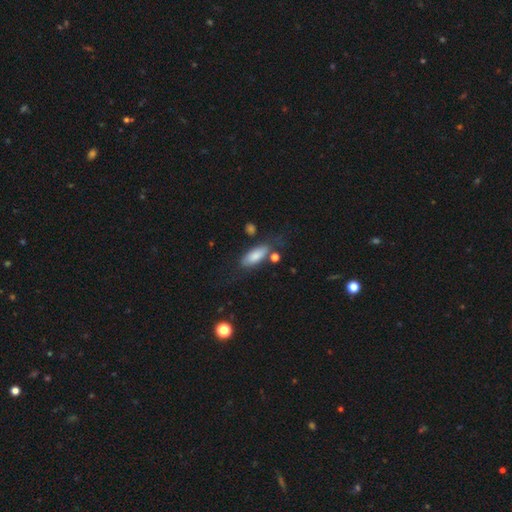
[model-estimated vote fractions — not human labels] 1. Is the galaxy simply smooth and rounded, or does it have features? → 82% smooth, 11% featured or disk, 7% star or artifact.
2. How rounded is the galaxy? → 77% in between, 21% cigar-shaped, 2% round.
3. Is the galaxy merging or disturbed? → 66% none, 20% minor disturbance, 8% major disturbance, 6% merger.